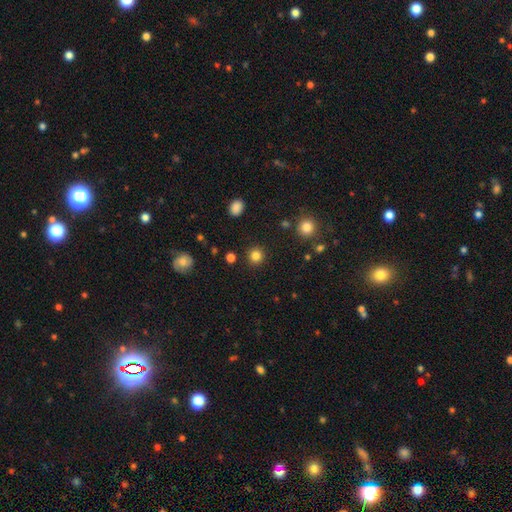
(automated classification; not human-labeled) The model was most divided on "smooth or featured": smooth: 83%, star or artifact: 13%, featured or disk: 4%. More confident: how rounded — round (93%); merging — none (91%).